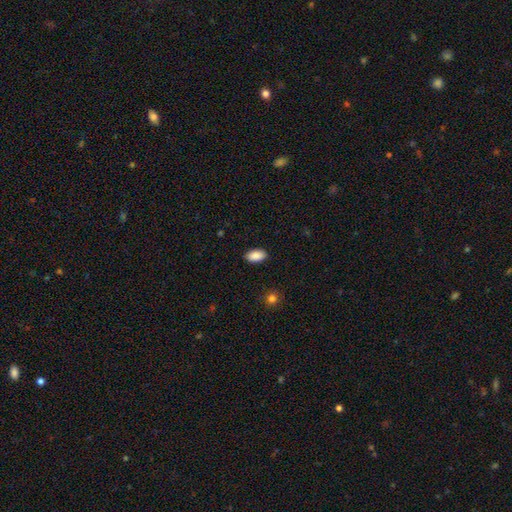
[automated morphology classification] smooth 89%, star or artifact 7%, featured or disk 4%. Down the decision tree: how rounded — in between (94%); merging — none (89%).